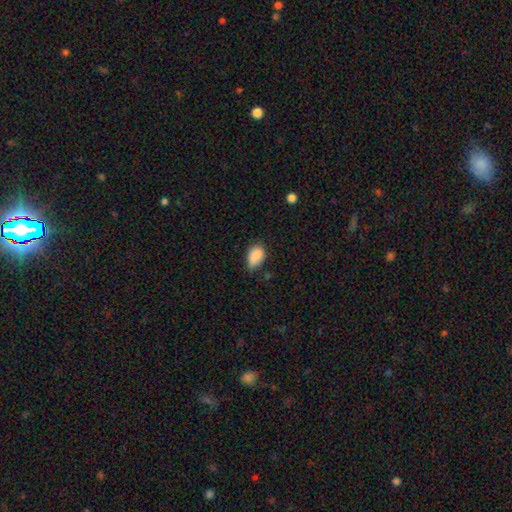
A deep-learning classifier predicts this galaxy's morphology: Overall: smooth (85%). How rounded: in between (87%). Merging: none (54%; minor disturbance 35%).